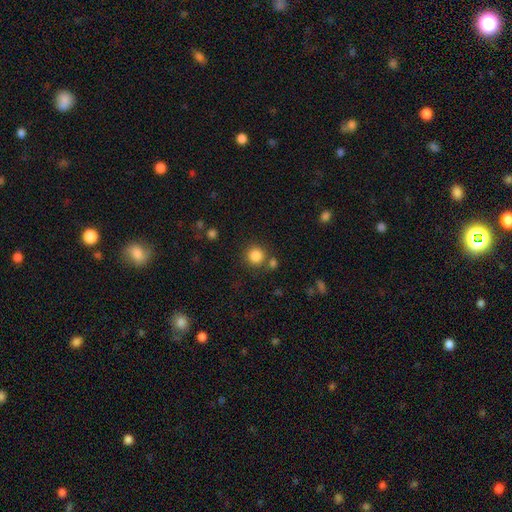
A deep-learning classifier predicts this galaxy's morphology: Overall: smooth (85%). How rounded: round (93%). Merging: none (78%).